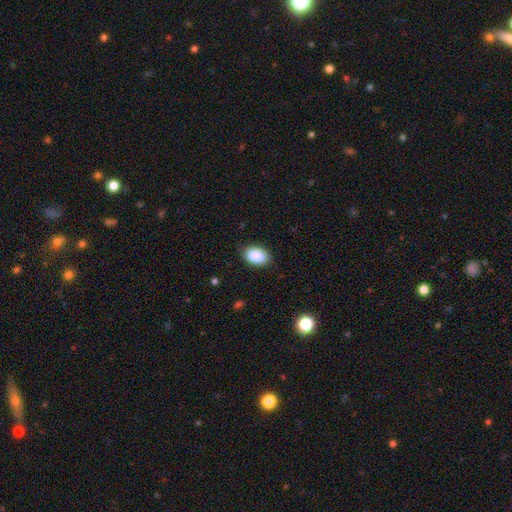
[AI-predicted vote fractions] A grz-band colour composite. It shows a smooth galaxy with no disk features (90%) that is in between round and cigar-shaped (89%). Merging: none (85%).